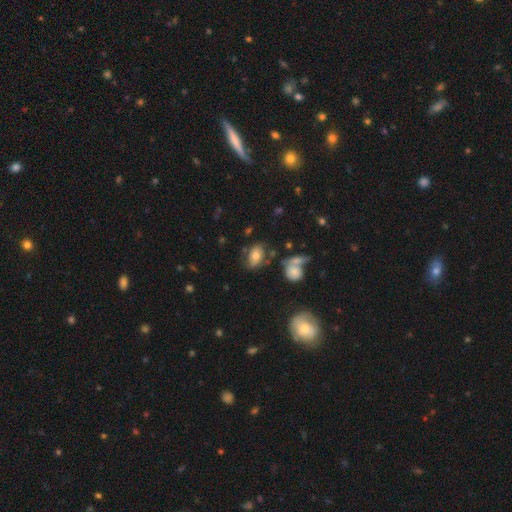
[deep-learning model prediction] Q: Smooth or featured?
A: smooth (64%); runner-up: featured or disk (27%)
Q: How rounded?
A: in between (84%); runner-up: round (15%)
Q: Merging?
A: none (58%); runner-up: minor disturbance (21%)